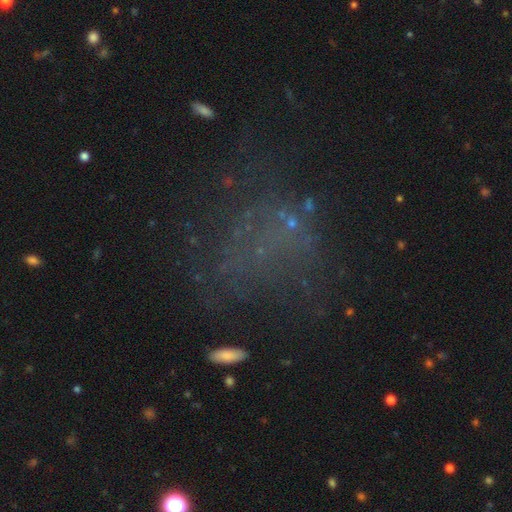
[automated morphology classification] type=star or artifact (36%, tied with featured or disk).